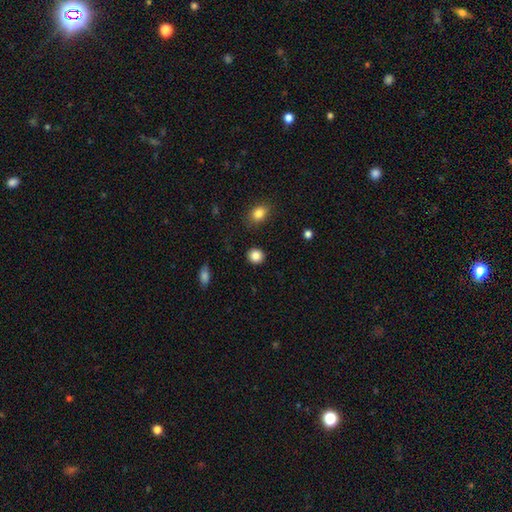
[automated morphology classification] This is clearly a smooth galaxy (86%). How rounded: clearly round (84%). Merging: clearly none (90%).